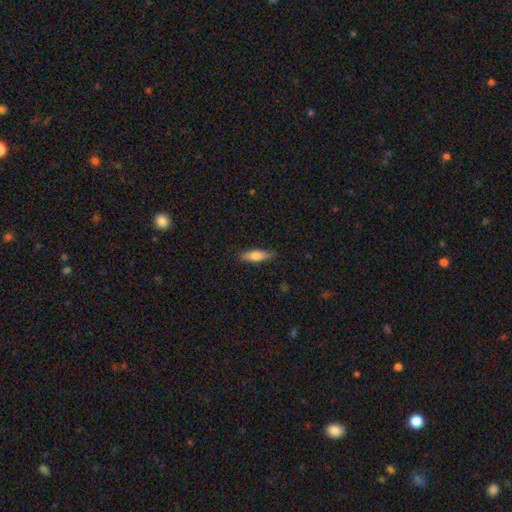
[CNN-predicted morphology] This is likely a smooth galaxy (73%). How rounded: possibly cigar-shaped (56%). Merging: clearly none (86%).